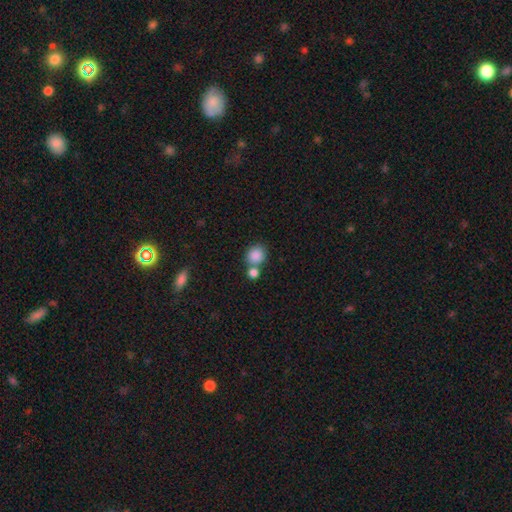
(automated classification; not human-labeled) This is clearly a smooth galaxy (86%). How rounded: likely round (80%). Merging: possibly none (55%).